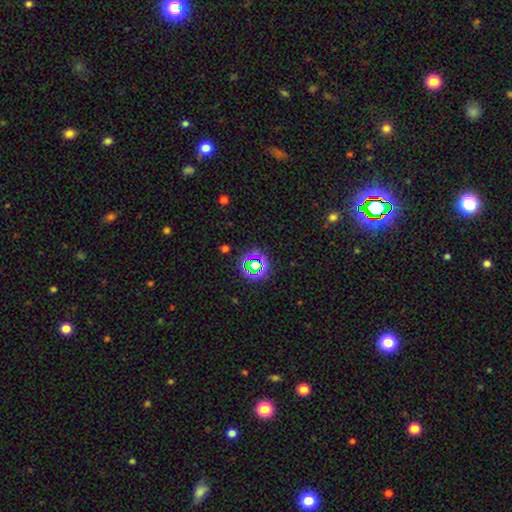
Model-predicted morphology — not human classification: Overall: star or artifact (73%).